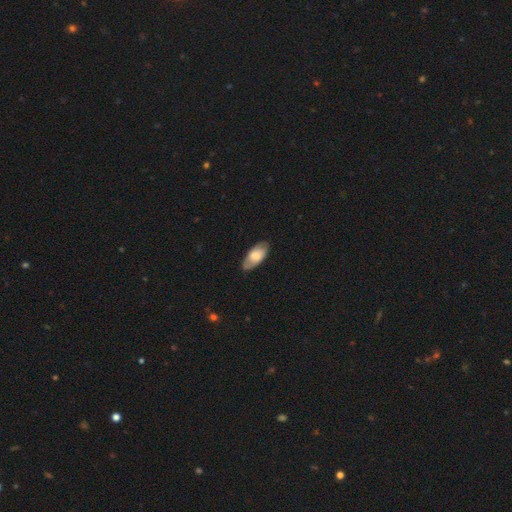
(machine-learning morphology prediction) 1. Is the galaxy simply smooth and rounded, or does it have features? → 68% smooth, 26% featured or disk, 6% star or artifact.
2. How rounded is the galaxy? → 90% in between, 8% cigar-shaped, 2% round.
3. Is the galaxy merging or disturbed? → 80% none, 16% minor disturbance, 3% major disturbance, 1% merger.